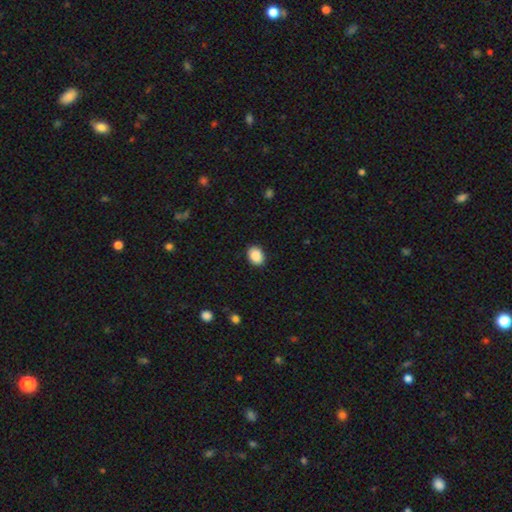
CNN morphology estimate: Smooth or featured? smooth (89%)
How rounded? in between (68%)
Merging? none (89%)